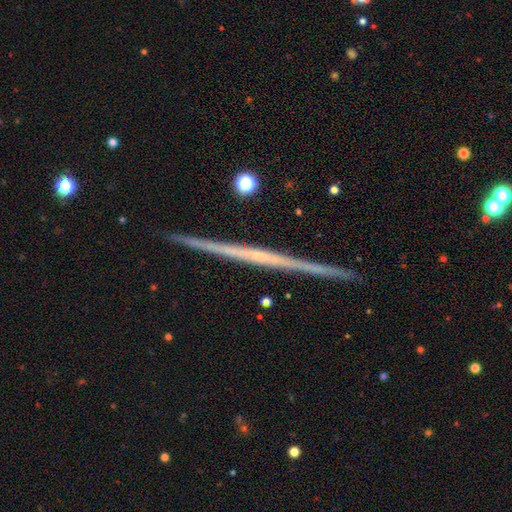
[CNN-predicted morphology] The model was most divided on "smooth or featured": featured or disk: 76%, smooth: 18%, star or artifact: 6%. More confident: edge-on disk — yes (98%); merging — none (92%); edge-on bulge — none (85%).